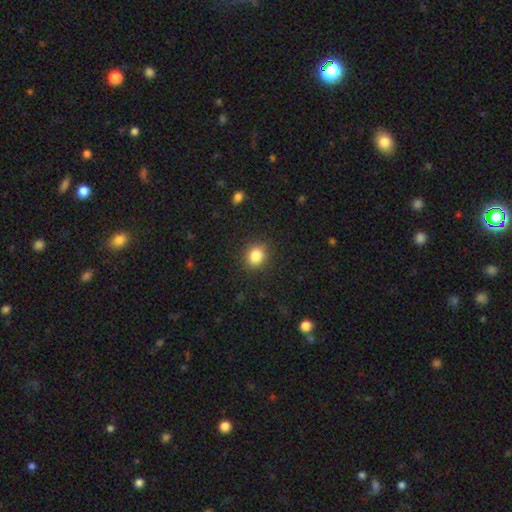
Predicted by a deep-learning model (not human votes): Overall: smooth (85%). How rounded: round (67%; in between 32%). Merging: none (89%).